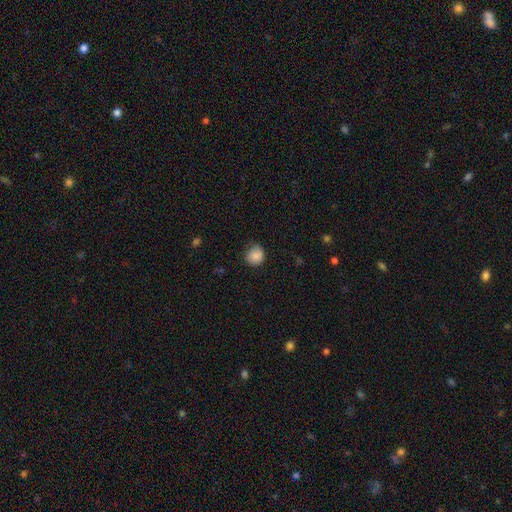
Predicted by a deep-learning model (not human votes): Q: Smooth or featured?
A: smooth (85%); runner-up: star or artifact (8%)
Q: How rounded?
A: round (85%); runner-up: in between (14%)
Q: Merging?
A: none (76%); runner-up: minor disturbance (20%)